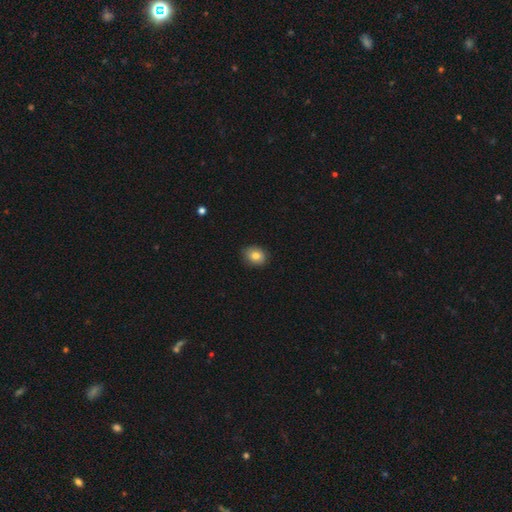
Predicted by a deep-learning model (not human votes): smooth-or-featured: smooth: 82% | featured or disk: 9% | star or artifact: 9%
  how-rounded: round: 52% | in between: 47% | cigar-shaped: 1%
  merging: none: 86% | minor disturbance: 11% | major disturbance: 2% | merger: 1%